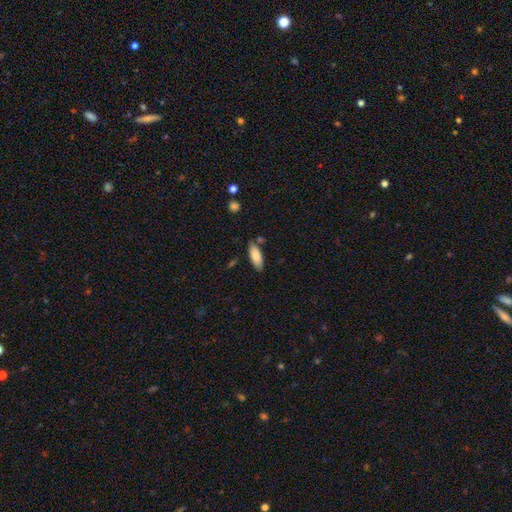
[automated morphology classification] Smooth or featured: smooth — 83% (featured or disk — 11%)
How rounded: in between — 75% (cigar-shaped — 23%)
Merging: none — 76% (minor disturbance — 16%)